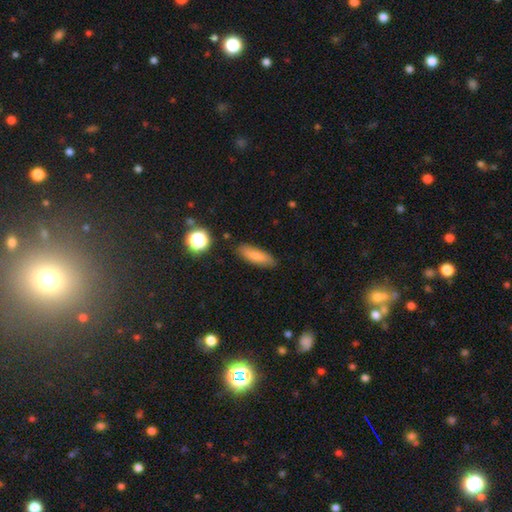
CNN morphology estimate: type=smooth (77%); roundness=in between (52%); merging=none (83%).